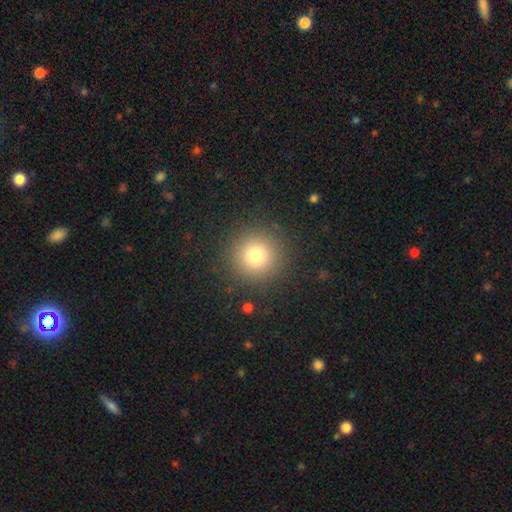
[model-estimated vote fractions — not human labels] Smooth or featured?
  - smooth: 78% *
  - star or artifact: 14%
  - featured or disk: 9%
How rounded?
  - round: 96% *
  - in between: 4%
  - cigar-shaped: 1%
Merging?
  - none: 90% *
  - minor disturbance: 6%
  - major disturbance: 3%
  - merger: 1%